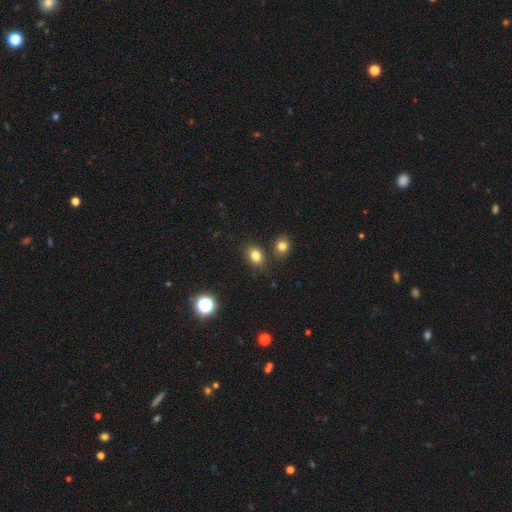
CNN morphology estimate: Smooth or featured: smooth — 80% (star or artifact — 13%)
How rounded: in between — 63% (round — 36%)
Merging: none — 77% (minor disturbance — 11%)